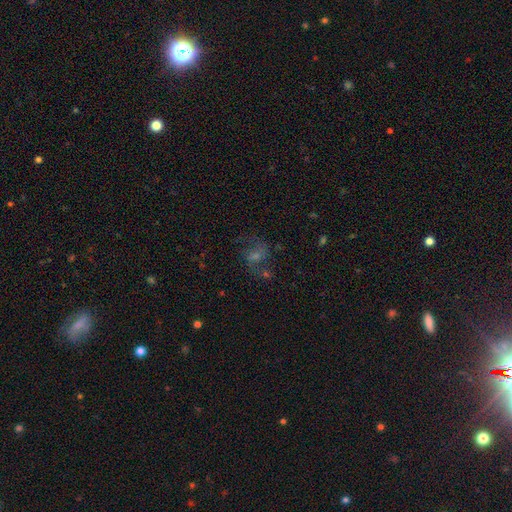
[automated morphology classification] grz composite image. It shows a featured or disk galaxy (53%) with no bar (46%), spiral arms (83%) and a small central bulge (43%). Merging: none (62%).